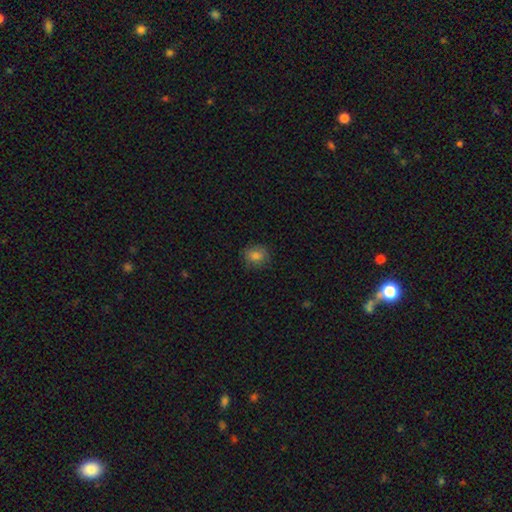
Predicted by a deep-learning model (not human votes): This appears to be a smooth galaxy with no disk features (81%) that is round (68%). Merging: none (83%).